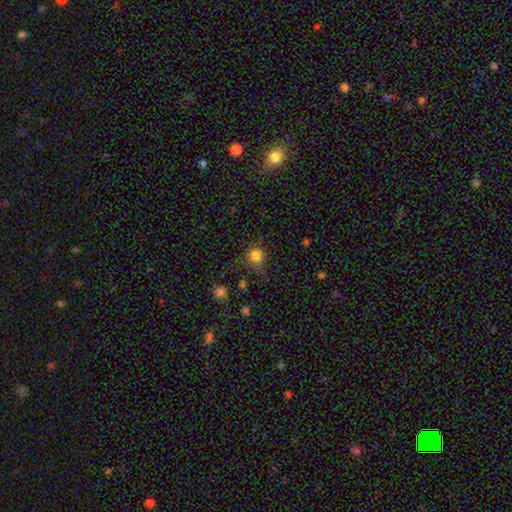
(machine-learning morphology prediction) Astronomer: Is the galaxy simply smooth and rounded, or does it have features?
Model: smooth — 80%.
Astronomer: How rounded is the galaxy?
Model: round — 89%.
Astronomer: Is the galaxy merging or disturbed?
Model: none — 64%.